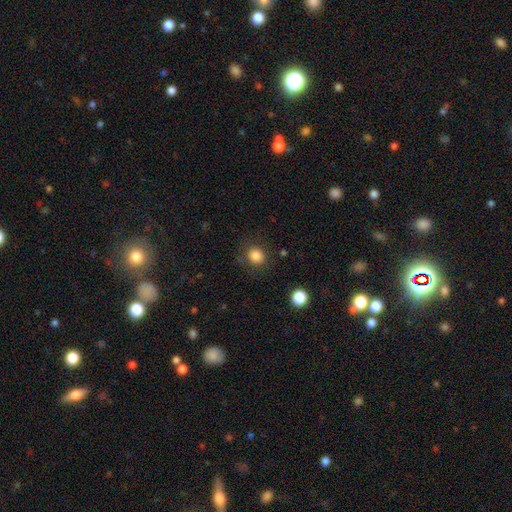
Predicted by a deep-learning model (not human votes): Smooth or featured: smooth — 84% (star or artifact — 11%)
How rounded: round — 86% (in between — 13%)
Merging: none — 83% (minor disturbance — 10%)